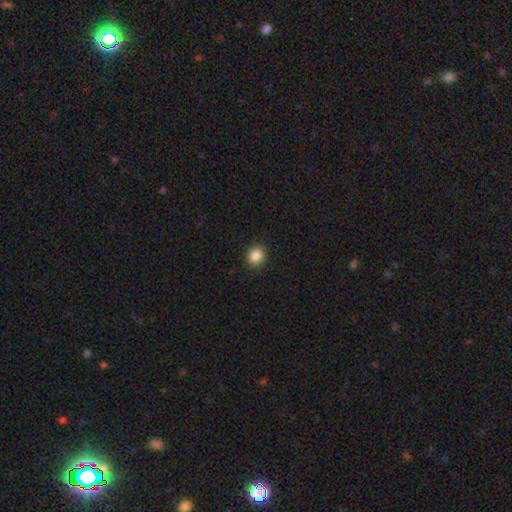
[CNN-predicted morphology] Smooth or featured?
  - smooth: 87% *
  - star or artifact: 10%
  - featured or disk: 3%
How rounded?
  - round: 80% *
  - in between: 19%
  - cigar-shaped: 1%
Merging?
  - none: 90% *
  - minor disturbance: 7%
  - major disturbance: 2%
  - merger: 1%